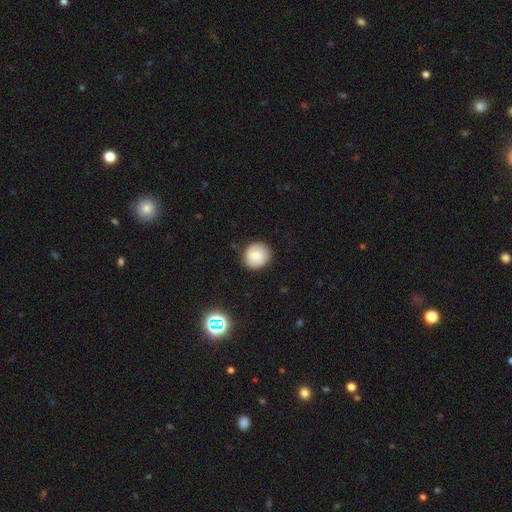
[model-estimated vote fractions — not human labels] Q: Smooth or featured?
A: smooth (80%); runner-up: featured or disk (11%)
Q: How rounded?
A: round (89%); runner-up: in between (10%)
Q: Merging?
A: none (87%); runner-up: minor disturbance (9%)